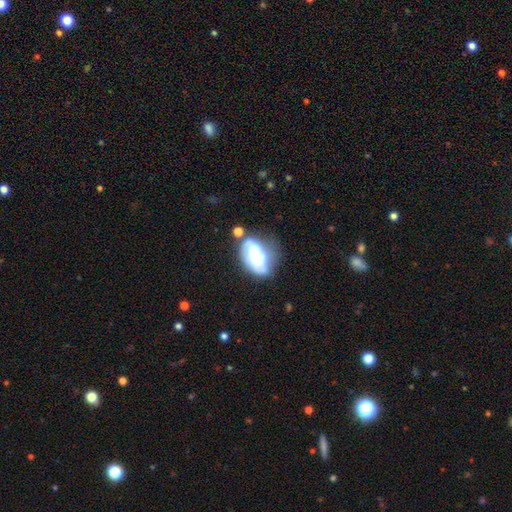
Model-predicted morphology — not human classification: The model was most divided on "smooth or featured": featured or disk: 50%, smooth: 42%, star or artifact: 8%. Remaining: merging — none (36%).